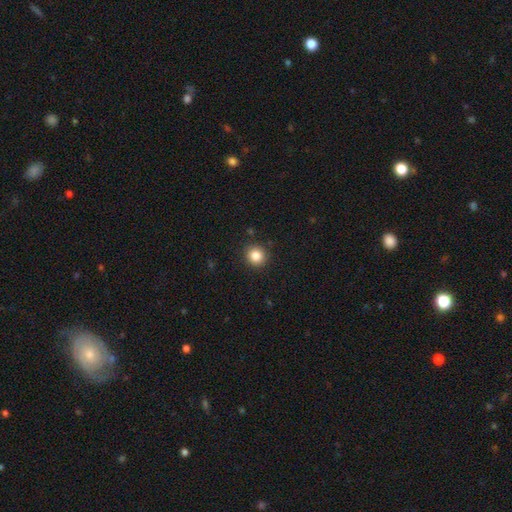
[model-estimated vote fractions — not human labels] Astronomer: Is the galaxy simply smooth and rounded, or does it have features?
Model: smooth — 85%.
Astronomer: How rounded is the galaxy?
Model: round — 90%.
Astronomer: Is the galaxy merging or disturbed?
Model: none — 90%.